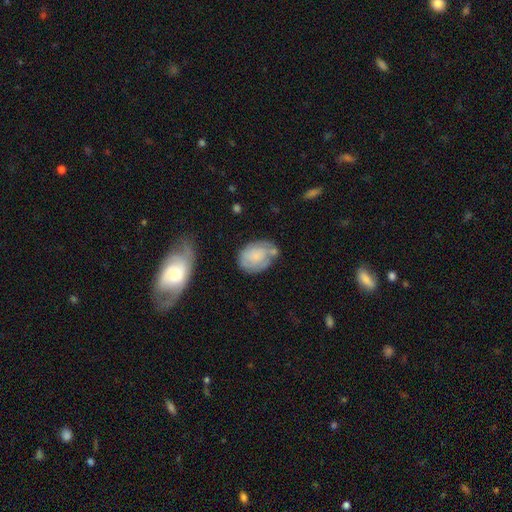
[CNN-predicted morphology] smooth-or-featured: smooth: 59% | featured or disk: 34% | star or artifact: 8%
  how-rounded: in between: 71% | round: 28% | cigar-shaped: 1%
  merging: none: 49% | minor disturbance: 29% | major disturbance: 11% | merger: 11%